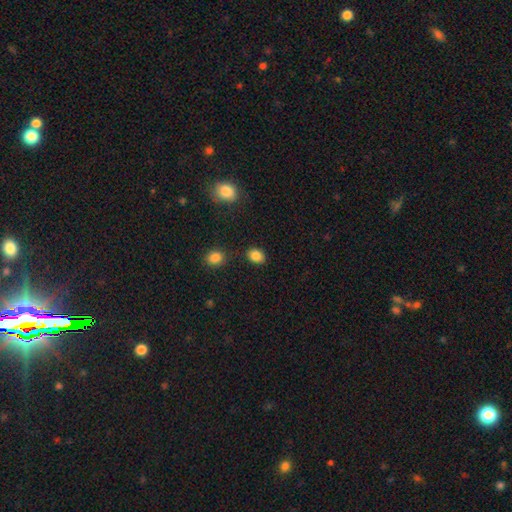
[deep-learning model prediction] Overall: smooth (85%). How rounded: in between (63%; round 36%). Merging: none (84%).